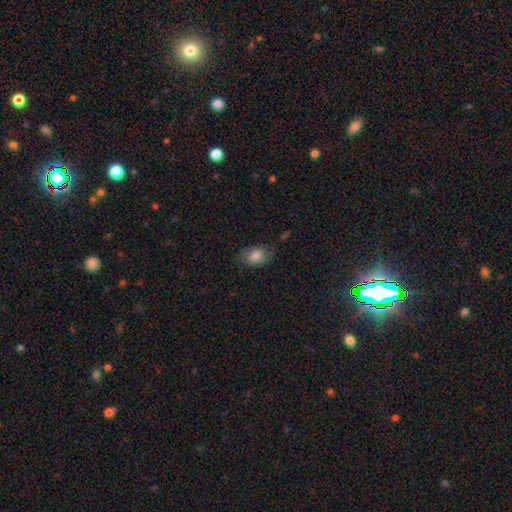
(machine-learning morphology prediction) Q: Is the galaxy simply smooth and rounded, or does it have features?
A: smooth — 75%.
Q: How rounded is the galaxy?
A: in between — 84%.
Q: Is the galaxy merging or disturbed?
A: none — 70%.